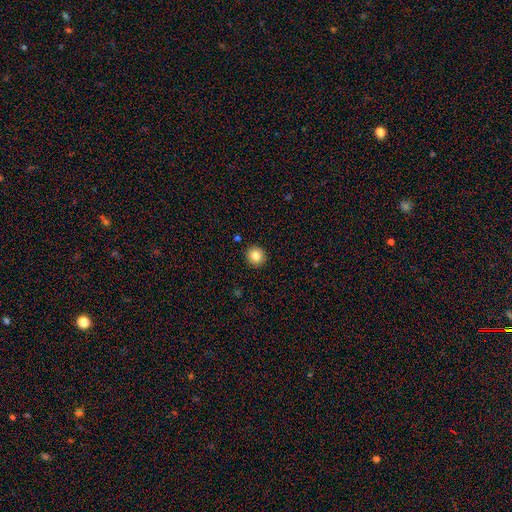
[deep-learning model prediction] smooth_or_featured: smooth (p=0.83) [alt: star or artifact p=0.10]
how_rounded: round (p=0.92) [alt: in between p=0.07]
merging: none (p=0.92) [alt: minor disturbance p=0.05]